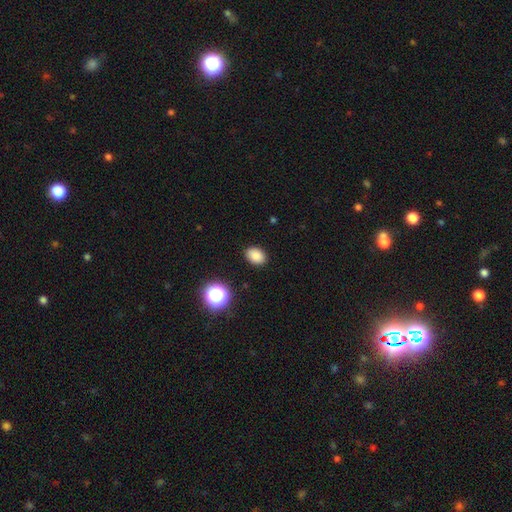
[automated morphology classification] The model was most divided on "how rounded": in between: 75%, round: 24%, cigar-shaped: 1%. More confident: merging — none (89%); smooth or featured — smooth (85%).